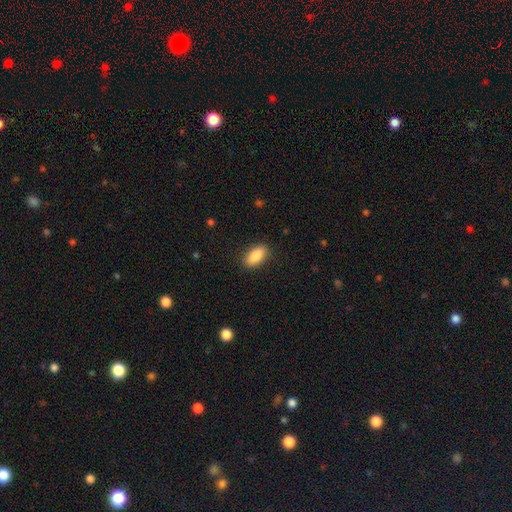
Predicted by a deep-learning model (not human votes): Smooth or featured?
  - smooth: 87% *
  - star or artifact: 7%
  - featured or disk: 7%
How rounded?
  - in between: 87% *
  - cigar-shaped: 10%
  - round: 3%
Merging?
  - none: 87% *
  - minor disturbance: 9%
  - major disturbance: 2%
  - merger: 1%